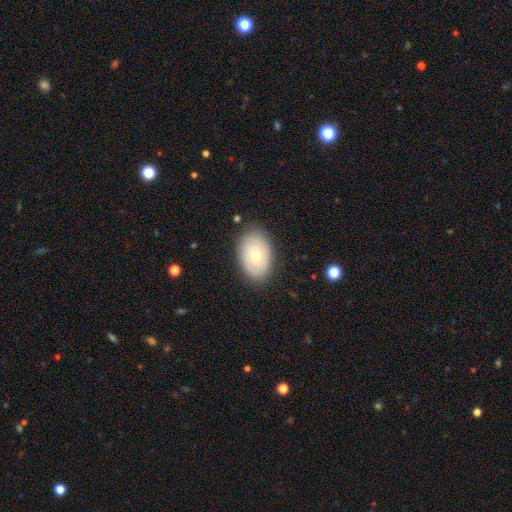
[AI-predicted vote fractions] The model was most divided on "smooth or featured": smooth: 51%, featured or disk: 41%, star or artifact: 7%. More confident: how rounded — in between (86%); merging — none (81%).